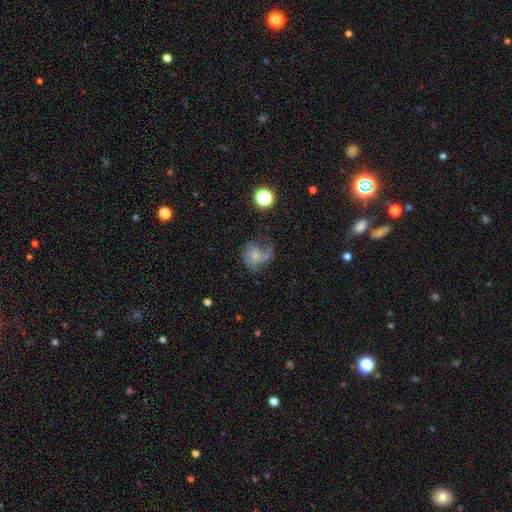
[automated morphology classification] Smooth or featured? featured or disk (62%)
Edge-on disk? no (97%)
Bar? no (75%)
Spiral arms? yes (86%)
Spiral winding? medium (40%)
Spiral arm count? 1 (49%)
Bulge size? small (56%)
Merging? none (37%)